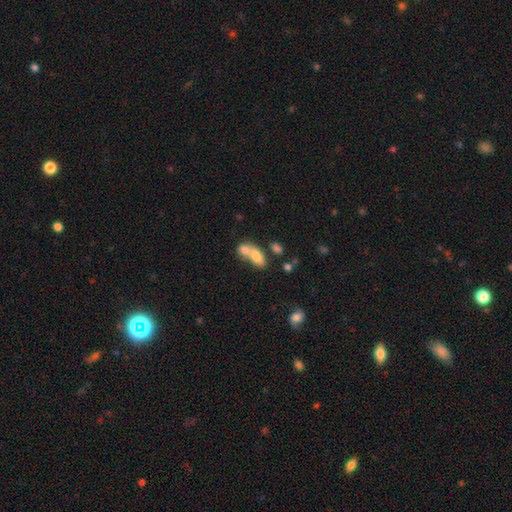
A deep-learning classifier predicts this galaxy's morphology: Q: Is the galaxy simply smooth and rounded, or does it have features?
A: smooth — 76%.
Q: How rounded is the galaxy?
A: in between — 84%.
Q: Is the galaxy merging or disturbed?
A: merger — 63%.